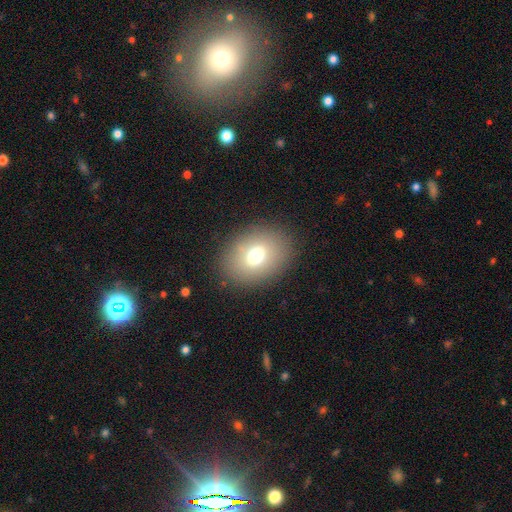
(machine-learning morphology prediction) smooth-or-featured: smooth: 70% | featured or disk: 17% | star or artifact: 13%
  how-rounded: in between: 61% | round: 38% | cigar-shaped: 1%
  merging: none: 86% | minor disturbance: 9% | major disturbance: 4% | merger: 1%